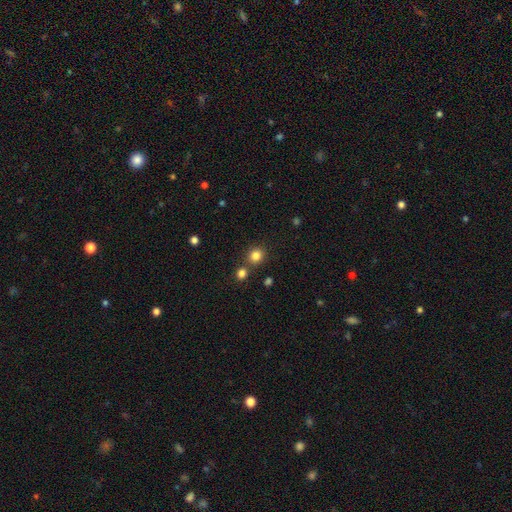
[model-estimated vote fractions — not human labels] smooth_or_featured: smooth (p=0.82) [alt: star or artifact p=0.13]
how_rounded: round (p=0.84) [alt: in between p=0.16]
merging: none (p=0.75) [alt: merger p=0.14]